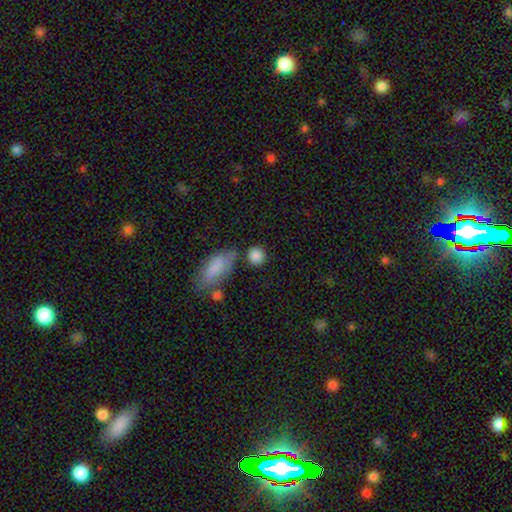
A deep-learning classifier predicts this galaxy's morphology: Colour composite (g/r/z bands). It shows a smooth galaxy with no disk features (86%) that is round (84%). Merging: none (73%).